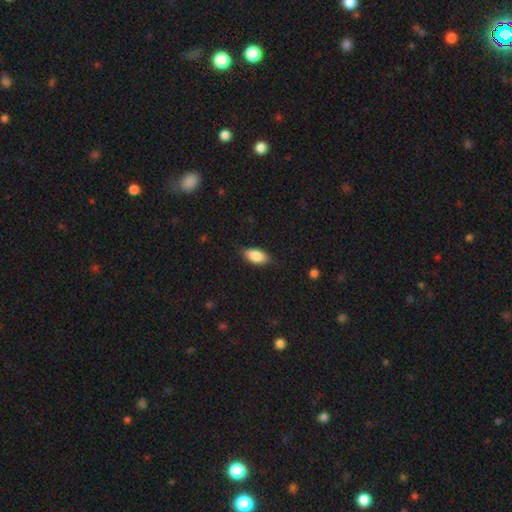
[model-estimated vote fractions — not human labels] Smooth or featured? Predicted: smooth (p=0.86). How rounded? Predicted: in between (p=0.91). Merging? Predicted: none (p=0.83).